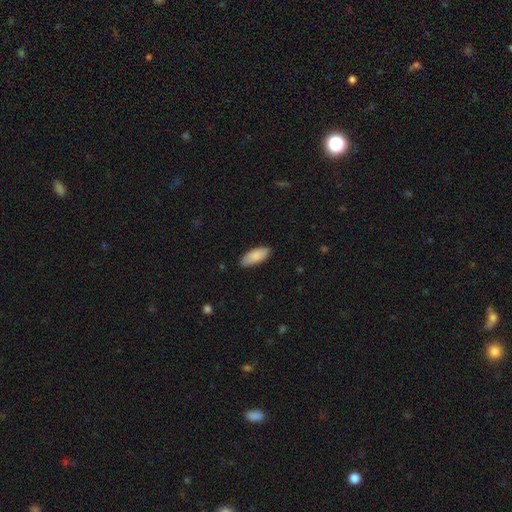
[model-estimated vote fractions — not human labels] smooth-or-featured: smooth: 88% | featured or disk: 6% | star or artifact: 5%
  how-rounded: in between: 82% | cigar-shaped: 16% | round: 2%
  merging: none: 88% | minor disturbance: 10% | major disturbance: 2% | merger: 1%